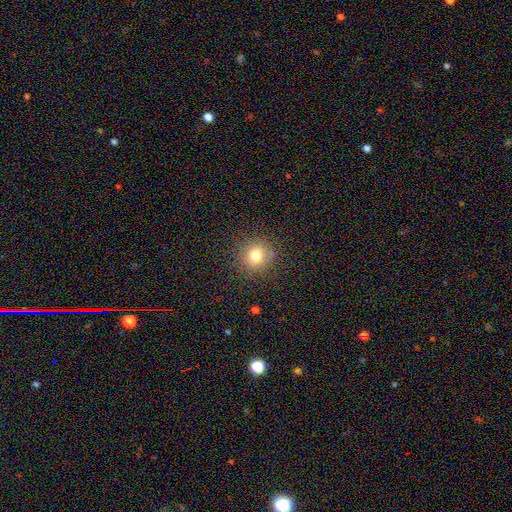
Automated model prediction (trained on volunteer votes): This appears to be a smooth galaxy with no disk features (76%) that is round (85%). Merging: none (85%).